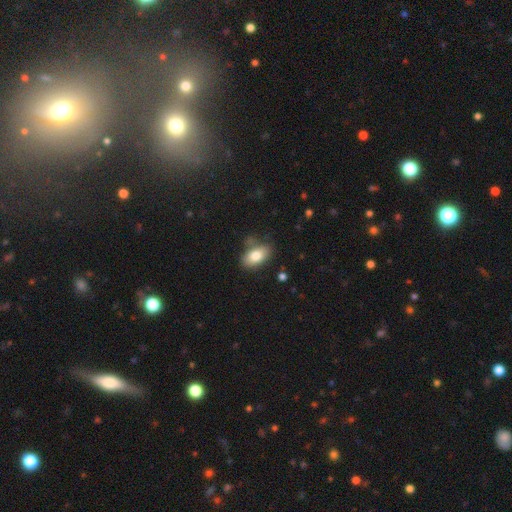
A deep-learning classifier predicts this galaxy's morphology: The model was most divided on "merging": none: 71%, minor disturbance: 19%, merger: 6%, major disturbance: 5%. More confident: how rounded — in between (91%); smooth or featured — smooth (79%).